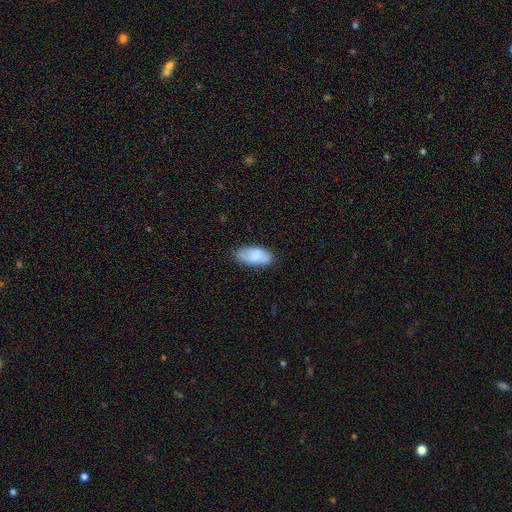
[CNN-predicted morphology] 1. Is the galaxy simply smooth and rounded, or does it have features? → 81% smooth, 13% featured or disk, 7% star or artifact.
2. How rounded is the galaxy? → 92% in between, 5% cigar-shaped, 2% round.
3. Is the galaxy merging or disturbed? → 73% none, 21% minor disturbance, 4% major disturbance, 1% merger.